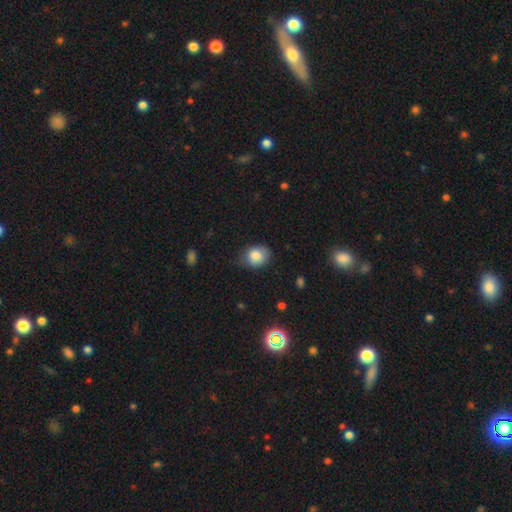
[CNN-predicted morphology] This appears to be a smooth galaxy with no disk features (83%) that is in between round and cigar-shaped (55%). Merging: none (69%).